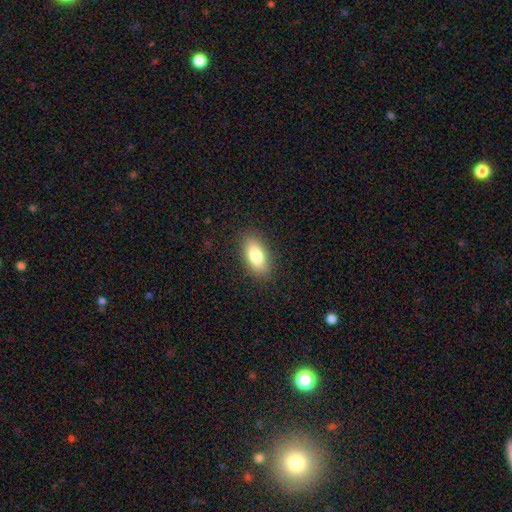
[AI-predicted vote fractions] Morphology: type=smooth (82%); roundness=in between (88%); merging=none (87%).